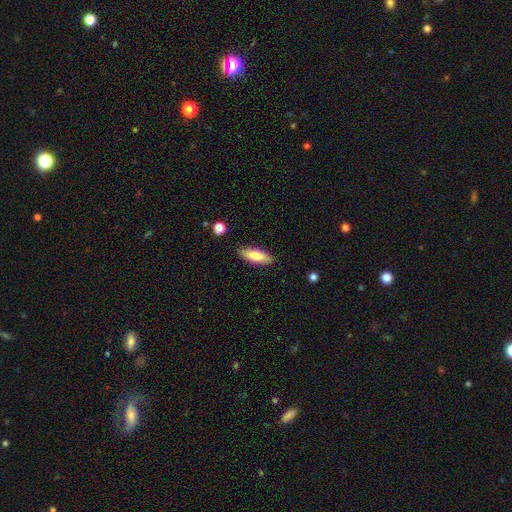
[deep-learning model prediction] Smooth or featured: smooth — 75% (featured or disk — 18%)
How rounded: in between — 63% (cigar-shaped — 35%)
Merging: none — 87% (minor disturbance — 9%)